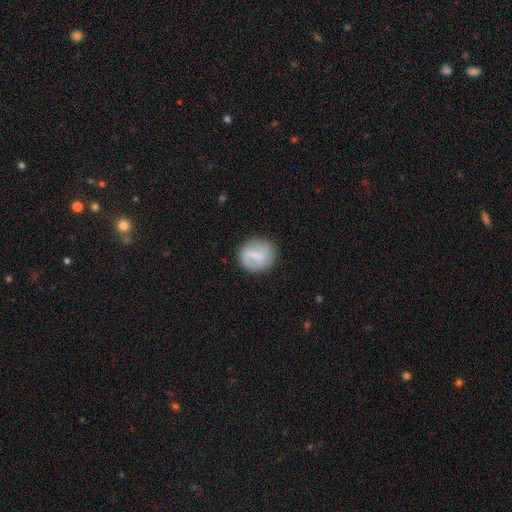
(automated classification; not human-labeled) Overall: smooth (59%; featured or disk 34%). How rounded: round (84%). Merging: none (81%).